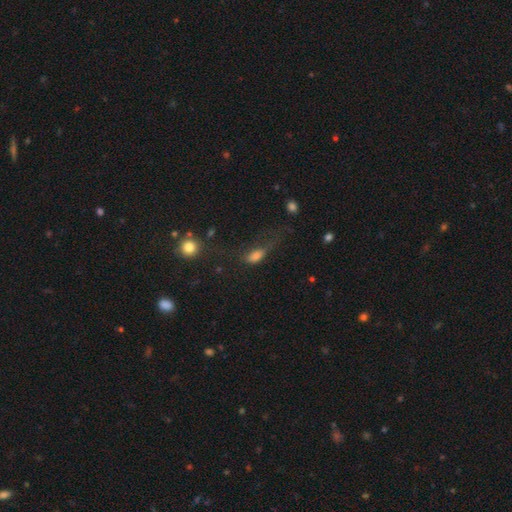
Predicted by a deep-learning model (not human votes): Smooth or featured: smooth — 70% (featured or disk — 15%)
How rounded: in between — 74% (cigar-shaped — 17%)
Merging: major disturbance — 45% (none — 29%)